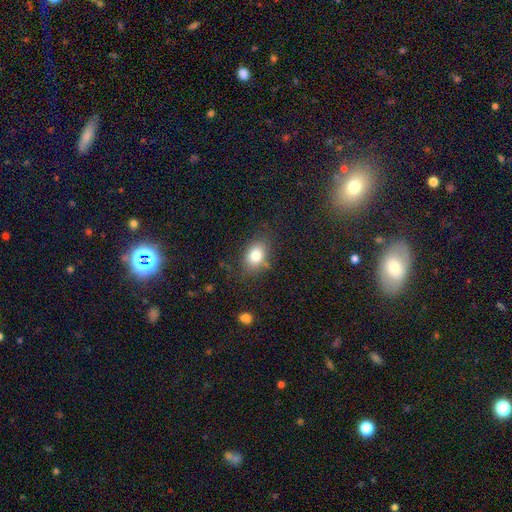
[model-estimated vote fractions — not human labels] Smooth or featured: smooth — 79% (featured or disk — 10%)
How rounded: in between — 72% (round — 27%)
Merging: none — 77% (minor disturbance — 15%)